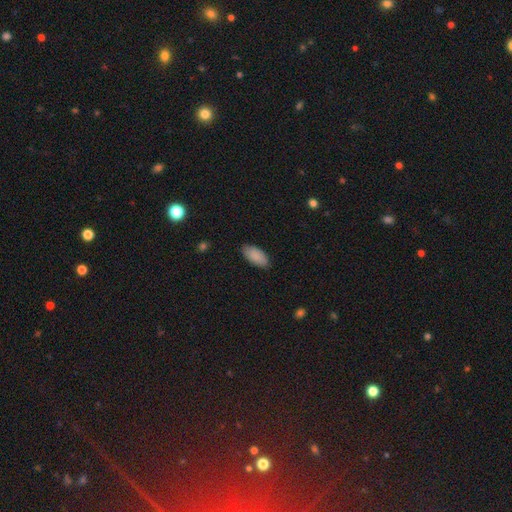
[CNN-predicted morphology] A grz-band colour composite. It shows a smooth galaxy with no disk features (89%) that is in between round and cigar-shaped (91%). Merging: none (85%).